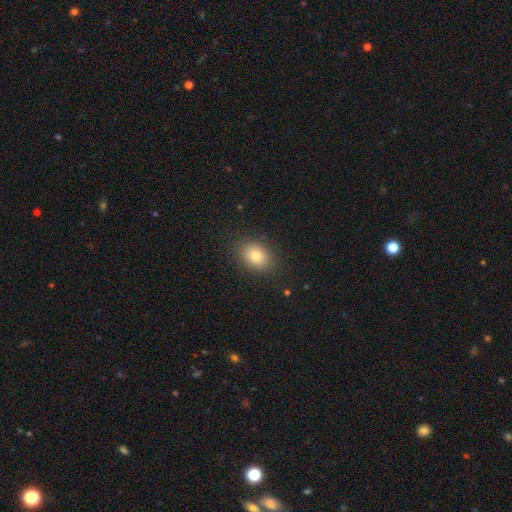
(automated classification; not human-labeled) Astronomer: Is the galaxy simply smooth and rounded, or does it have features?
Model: smooth — 83%.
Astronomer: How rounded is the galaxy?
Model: in between — 63%.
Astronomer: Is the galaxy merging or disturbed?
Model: none — 87%.